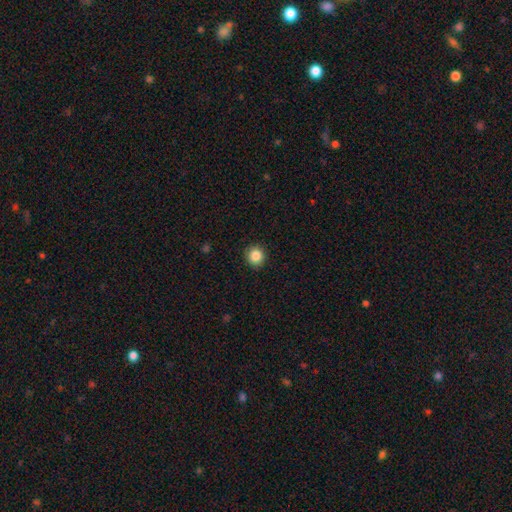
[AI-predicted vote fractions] Q: Smooth or featured?
A: smooth (86%); runner-up: star or artifact (10%)
Q: How rounded?
A: round (90%); runner-up: in between (9%)
Q: Merging?
A: none (91%); runner-up: minor disturbance (6%)